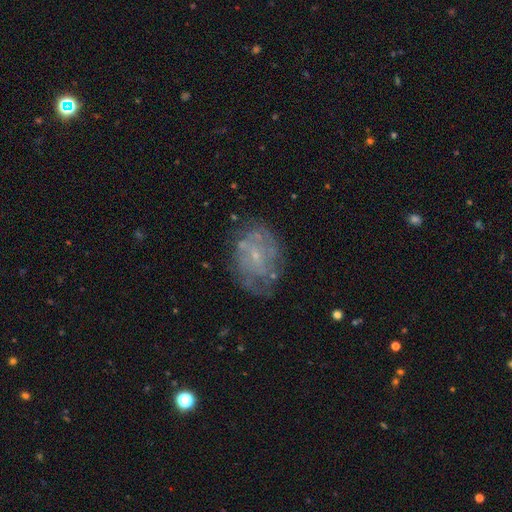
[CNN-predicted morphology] The model was most divided on "spiral arms": yes: 68%, no: 32%. More confident: edge-on disk — no (97%); bulge size — small (77%); smooth or featured — featured or disk (69%); bar — no (67%); merging — none (67%).